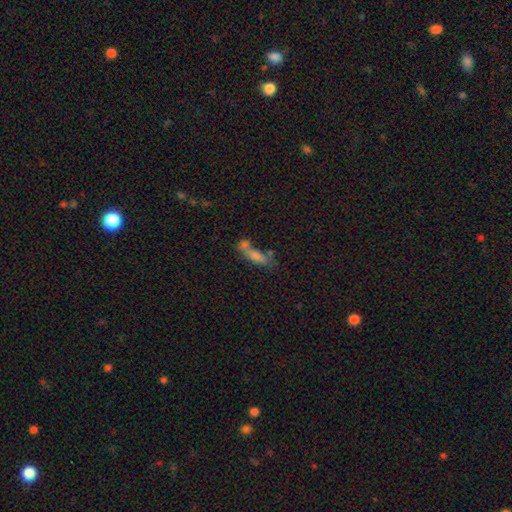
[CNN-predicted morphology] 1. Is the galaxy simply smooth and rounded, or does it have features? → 60% smooth, 25% featured or disk, 15% star or artifact.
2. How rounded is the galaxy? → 48% in between, 47% cigar-shaped, 5% round.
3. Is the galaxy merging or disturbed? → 43% merger, 34% none, 14% minor disturbance, 9% major disturbance.